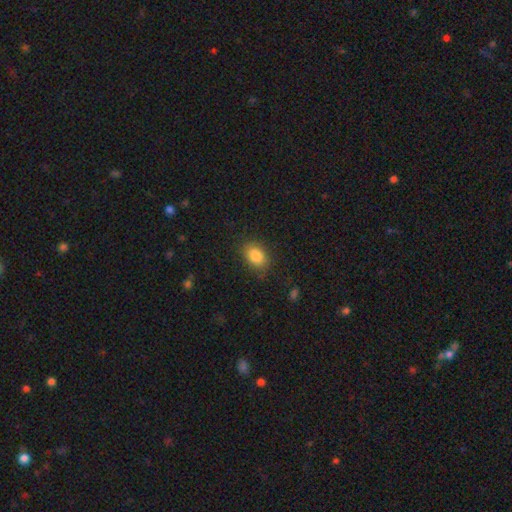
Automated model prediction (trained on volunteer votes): Smooth or featured? Predicted: smooth (p=0.85). How rounded? Predicted: in between (p=0.79). Merging? Predicted: none (p=0.79).